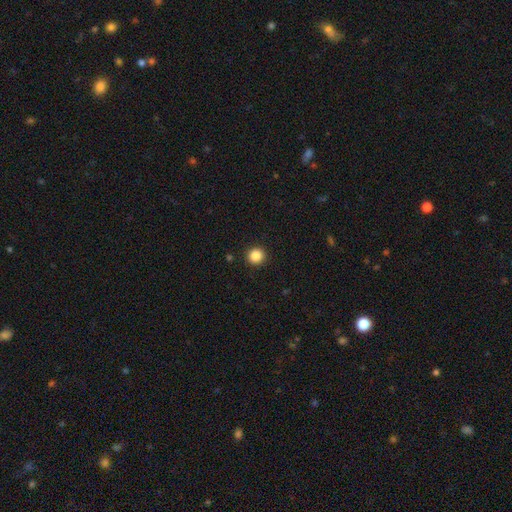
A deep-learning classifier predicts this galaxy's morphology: Smooth or featured? Predicted: smooth (p=0.86). How rounded? Predicted: round (p=0.94). Merging? Predicted: none (p=0.93).